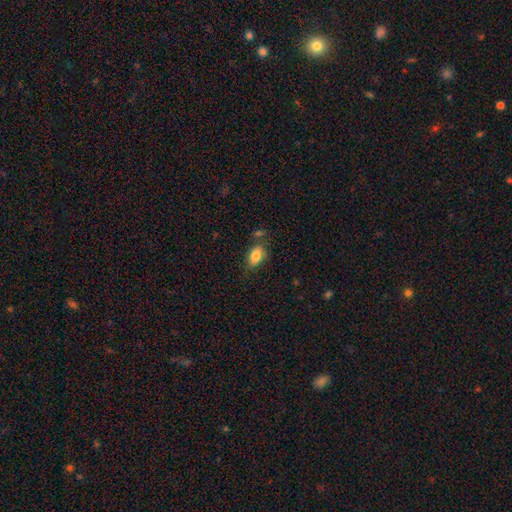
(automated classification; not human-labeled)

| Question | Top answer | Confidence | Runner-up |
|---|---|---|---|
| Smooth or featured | smooth | 82% | featured or disk (10%) |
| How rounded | in between | 88% | round (9%) |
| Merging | none | 66% | minor disturbance (19%) |